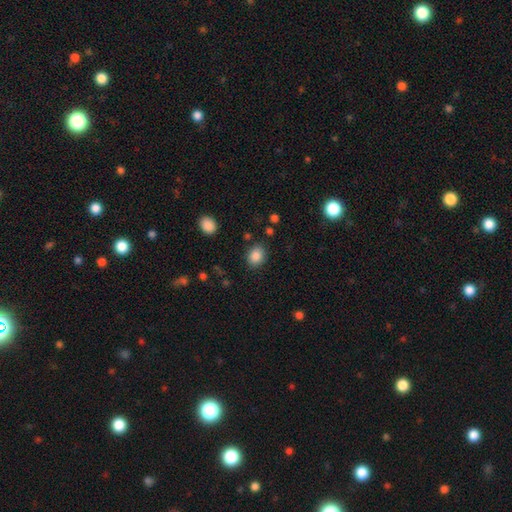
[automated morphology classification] Smooth or featured: smooth — 86% (star or artifact — 10%)
How rounded: in between — 52% (round — 47%)
Merging: none — 84% (minor disturbance — 10%)